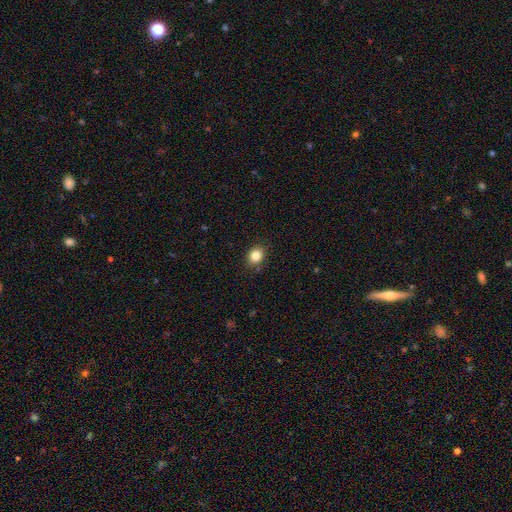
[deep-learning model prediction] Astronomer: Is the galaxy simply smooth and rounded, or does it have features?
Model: smooth — 84%.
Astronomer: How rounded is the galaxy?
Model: round — 55% (runner-up: in between, 44%).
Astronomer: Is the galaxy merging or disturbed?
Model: none — 87%.